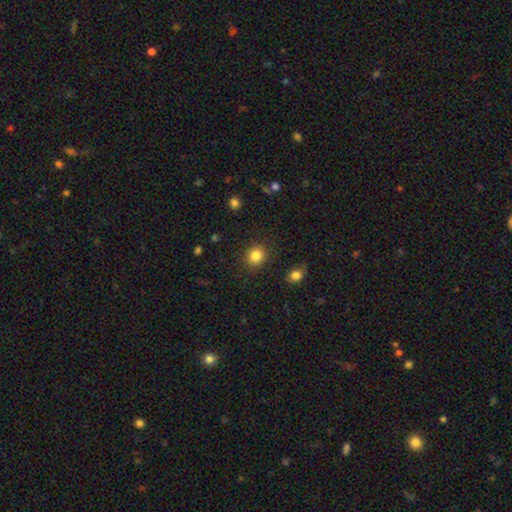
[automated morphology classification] Q: Smooth or featured?
A: smooth (84%); runner-up: star or artifact (11%)
Q: How rounded?
A: round (82%); runner-up: in between (18%)
Q: Merging?
A: none (88%); runner-up: minor disturbance (8%)